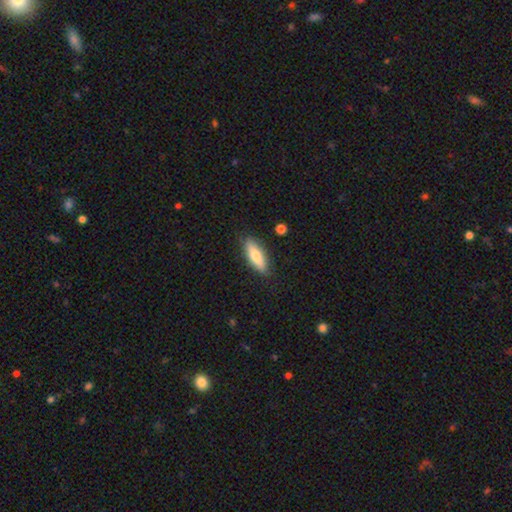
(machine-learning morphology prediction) A smooth galaxy with no disk features (66%) that is in between round and cigar-shaped (54%).

Vote fractions:
- Smooth or featured? smooth: 66% / featured or disk: 28% / star or artifact: 6%
- How rounded? in between: 54% / cigar-shaped: 43% / round: 2%
- Merging? none: 84% / minor disturbance: 12% / major disturbance: 2% / merger: 2%